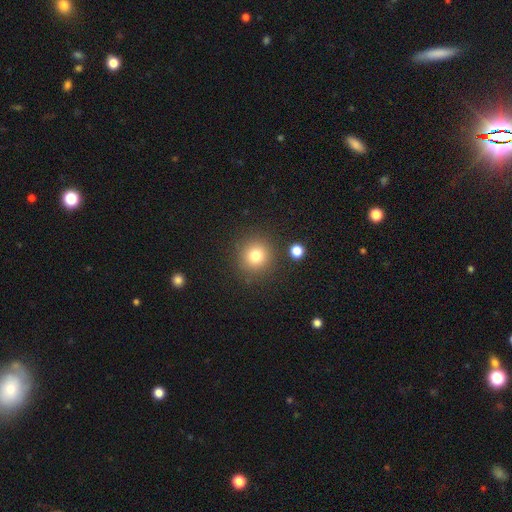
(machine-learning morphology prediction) Q: Smooth or featured?
A: smooth (79%); runner-up: star or artifact (13%)
Q: How rounded?
A: round (93%); runner-up: in between (6%)
Q: Merging?
A: none (86%); runner-up: minor disturbance (7%)